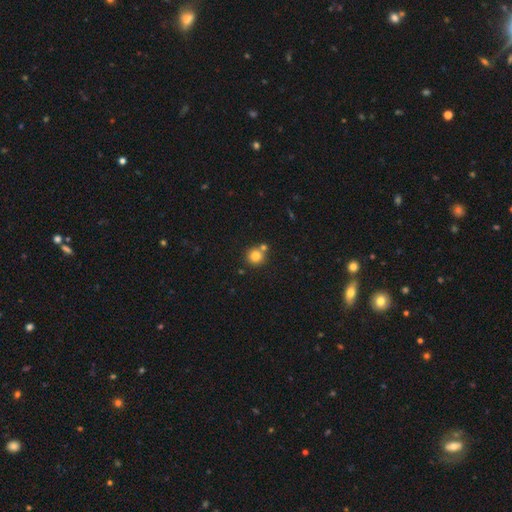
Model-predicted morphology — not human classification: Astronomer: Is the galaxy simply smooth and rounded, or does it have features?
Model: smooth — 81%.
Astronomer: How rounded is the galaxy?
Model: round — 92%.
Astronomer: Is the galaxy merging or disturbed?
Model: none — 68%.